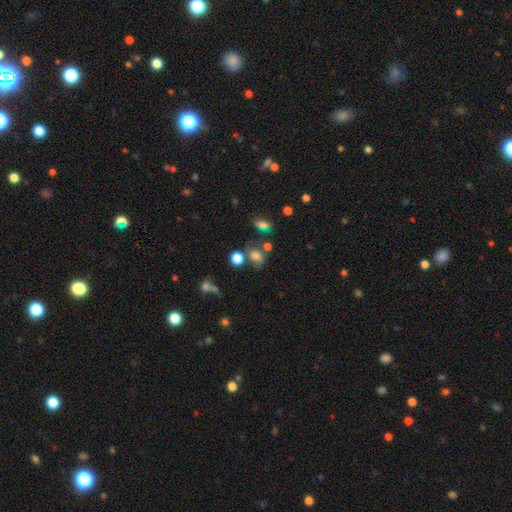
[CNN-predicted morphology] A smooth galaxy with no disk features (66%) that is round (50%). Merging: none (50%).